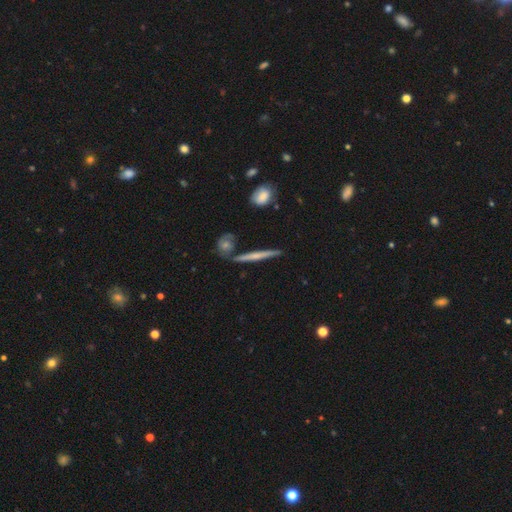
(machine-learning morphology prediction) Smooth or featured? featured or disk (52%)
Edge-on disk? yes (95%)
Merging? none (82%)